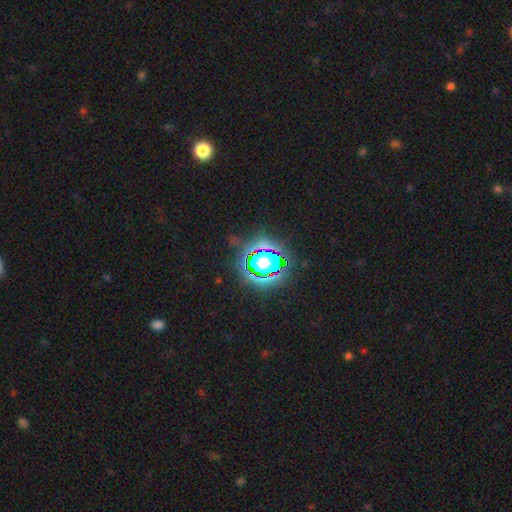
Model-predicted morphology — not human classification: Smooth or featured? star or artifact (75%)